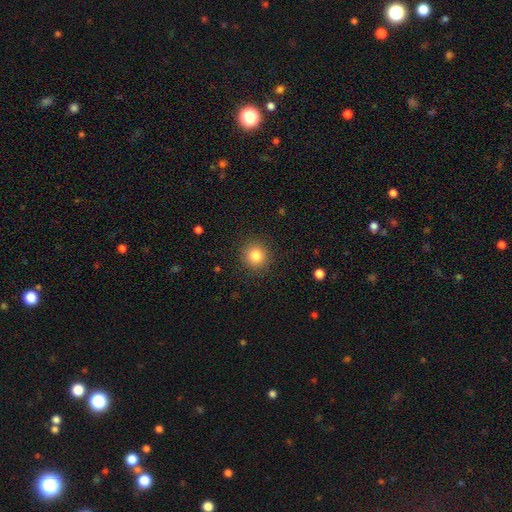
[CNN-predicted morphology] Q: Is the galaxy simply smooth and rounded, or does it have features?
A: smooth — 82%.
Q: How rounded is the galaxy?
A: round — 92%.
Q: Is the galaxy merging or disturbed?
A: none — 90%.